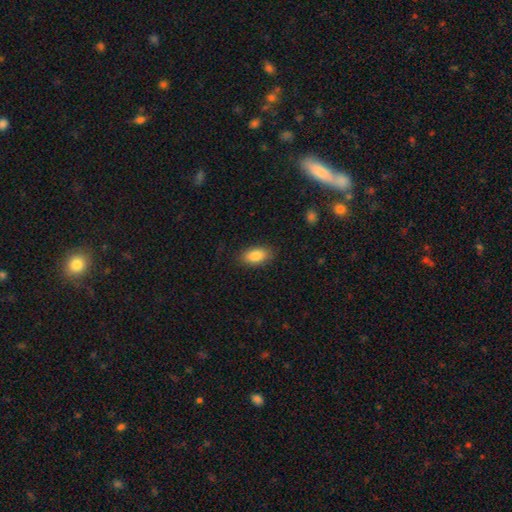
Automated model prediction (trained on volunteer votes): Smooth or featured?
  - smooth: 86% *
  - star or artifact: 7%
  - featured or disk: 7%
How rounded?
  - in between: 91% *
  - round: 5%
  - cigar-shaped: 4%
Merging?
  - none: 86% *
  - minor disturbance: 10%
  - major disturbance: 3%
  - merger: 1%